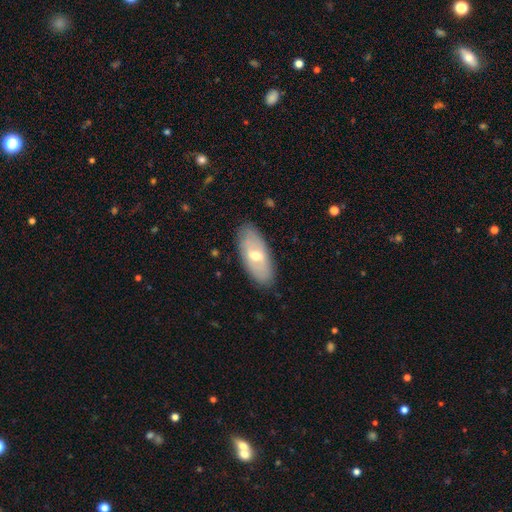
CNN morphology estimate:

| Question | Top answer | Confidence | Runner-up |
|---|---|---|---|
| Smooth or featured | smooth | 50% | featured or disk (44%) |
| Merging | none | 85% | minor disturbance (11%) |